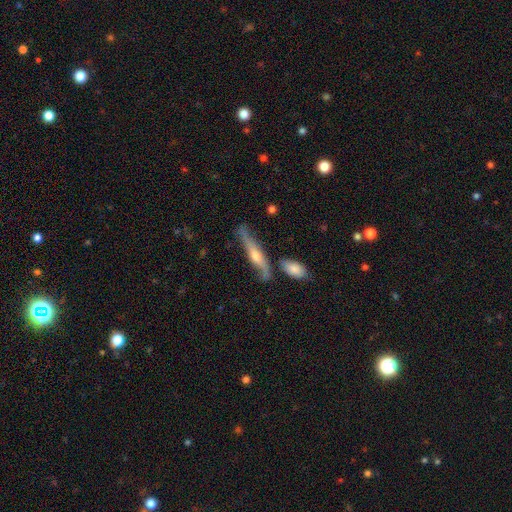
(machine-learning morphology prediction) Smooth or featured? Predicted: featured or disk (p=0.66). Edge-on disk? Predicted: yes (p=0.81). Edge-on bulge? Predicted: rounded (p=0.79). Merging? Predicted: none (p=0.62).